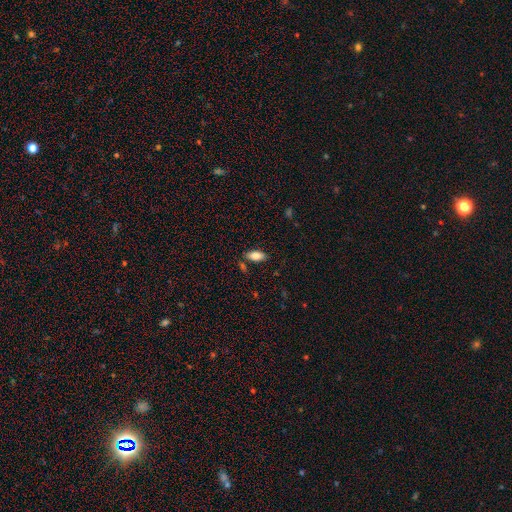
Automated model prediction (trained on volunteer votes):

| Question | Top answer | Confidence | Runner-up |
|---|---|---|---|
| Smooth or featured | smooth | 82% | featured or disk (11%) |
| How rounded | in between | 90% | cigar-shaped (8%) |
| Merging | none | 82% | minor disturbance (11%) |